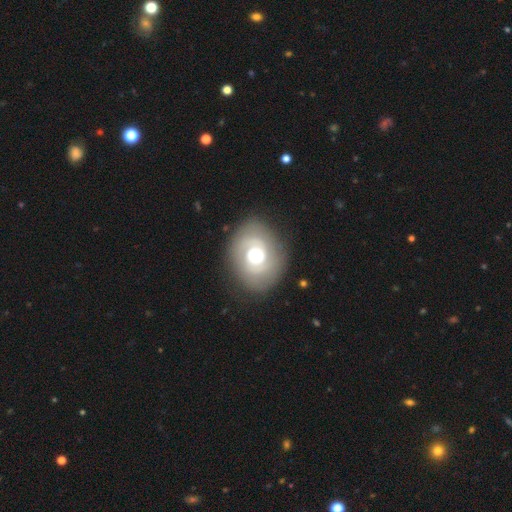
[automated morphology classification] Overall: featured or disk (74%). Edge-on disk: no (97%). Bar: no (63%; weak 30%). Spiral arms: yes (87%). Spiral arm count: 2 (65%). Spiral winding: tight (58%; medium 32%). Bulge size: moderate (69%). Merging: none (82%).